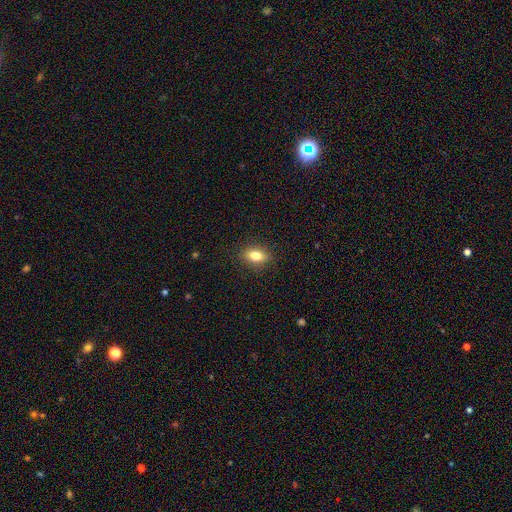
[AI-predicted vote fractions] Smooth or featured? smooth (79%)
How rounded? in between (78%)
Merging? none (88%)